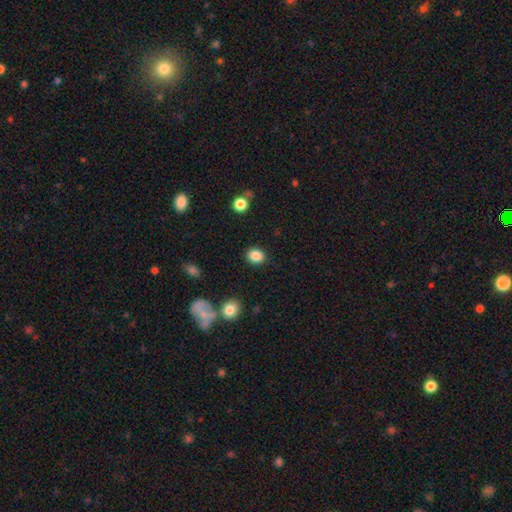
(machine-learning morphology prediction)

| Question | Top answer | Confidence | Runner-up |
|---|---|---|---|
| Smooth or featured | smooth | 86% | star or artifact (10%) |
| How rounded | round | 64% | in between (35%) |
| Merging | none | 88% | minor disturbance (8%) |